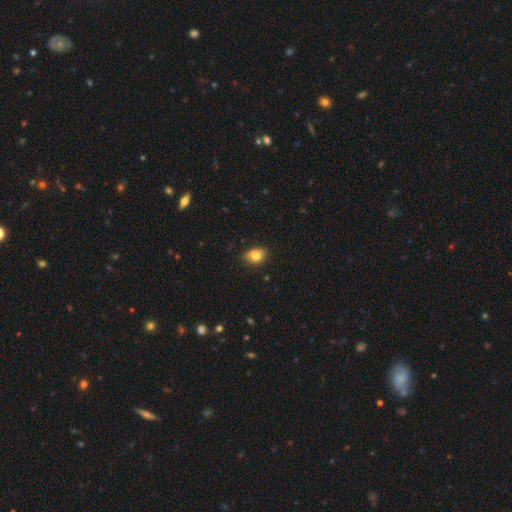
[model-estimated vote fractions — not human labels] Smooth or featured: smooth — 81% (featured or disk — 10%)
How rounded: in between — 70% (round — 29%)
Merging: none — 75% (minor disturbance — 21%)